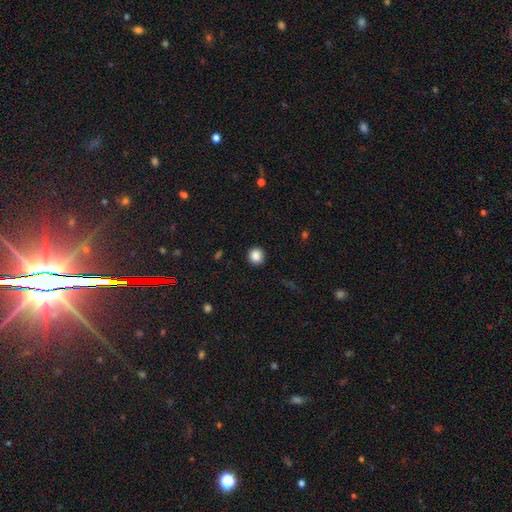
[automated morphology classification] type=smooth (87%); roundness=round (92%); merging=none (92%).